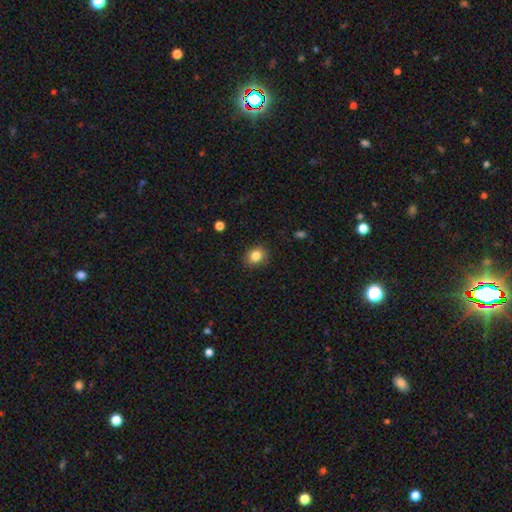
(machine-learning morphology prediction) Smooth or featured? Predicted: smooth (p=0.84). How rounded? Predicted: round (p=0.62). Merging? Predicted: none (p=0.87).